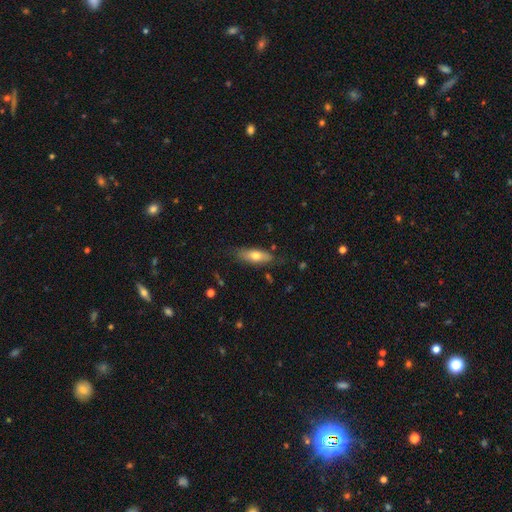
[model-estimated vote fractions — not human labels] Smooth or featured?
  - smooth: 65% *
  - featured or disk: 29%
  - star or artifact: 6%
How rounded?
  - in between: 61% *
  - cigar-shaped: 36%
  - round: 3%
Merging?
  - none: 74% *
  - minor disturbance: 20%
  - major disturbance: 4%
  - merger: 2%